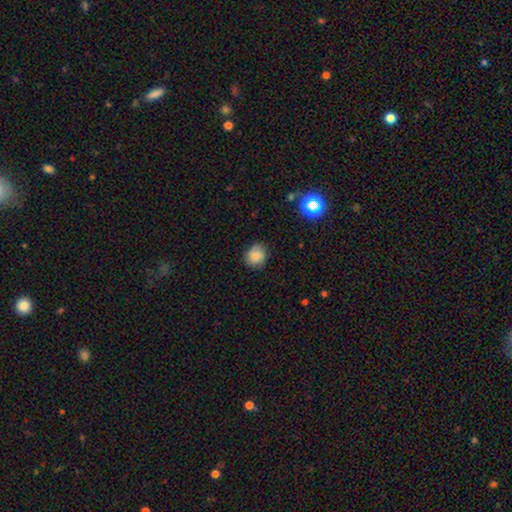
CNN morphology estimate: type=smooth (79%); roundness=round (73%); merging=none (79%).